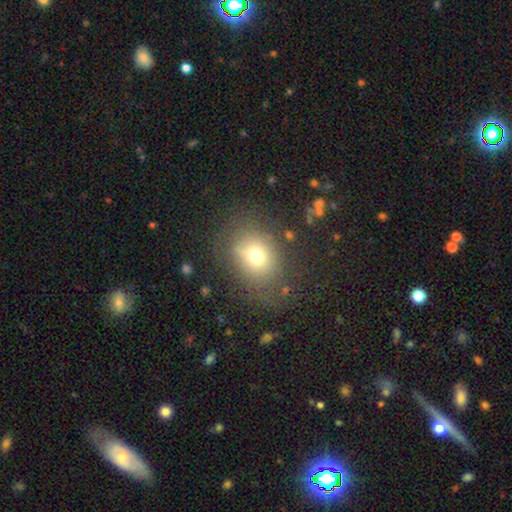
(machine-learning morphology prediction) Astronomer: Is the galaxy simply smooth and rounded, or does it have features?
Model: smooth — 69%.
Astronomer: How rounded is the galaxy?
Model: round — 53% (runner-up: in between, 46%).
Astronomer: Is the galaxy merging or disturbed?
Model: none — 68%.